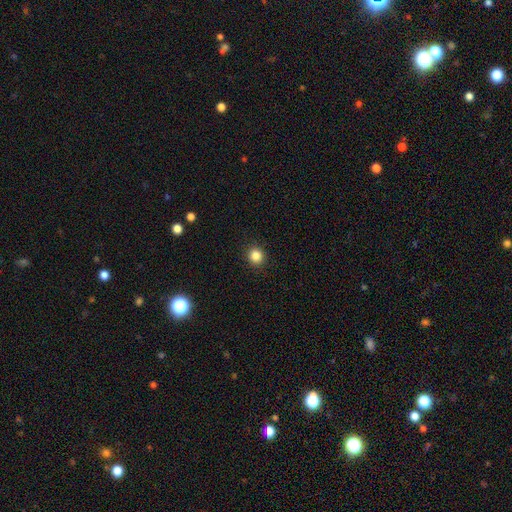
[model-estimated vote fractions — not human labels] This appears to be a smooth galaxy with no disk features (84%) that is round (91%). Merging: none (92%).